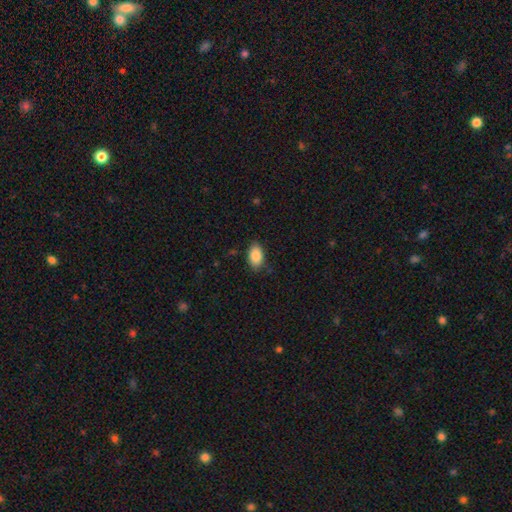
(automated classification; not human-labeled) Smooth or featured? Predicted: smooth (p=0.86). How rounded? Predicted: in between (p=0.92). Merging? Predicted: none (p=0.84).